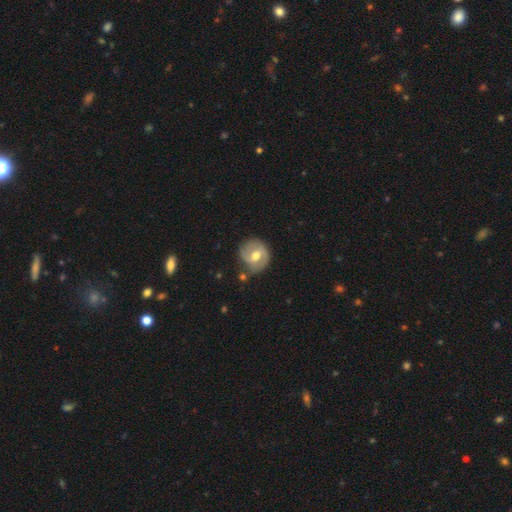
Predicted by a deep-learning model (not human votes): smooth_or_featured: featured or disk (p=0.56) [alt: smooth p=0.38]
disk_edge_on: no (p=0.97) [alt: yes p=0.03]
bar: weak (p=0.50) [alt: no p=0.35]
has_spiral_arms: yes (p=0.67) [alt: no p=0.33]
bulge_size: moderate (p=0.79) [alt: small p=0.10]
merging: none (p=0.69) [alt: minor disturbance p=0.21]